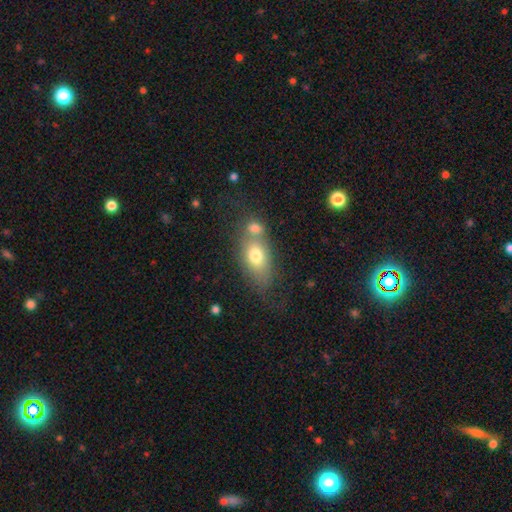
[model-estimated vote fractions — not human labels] This is likely a smooth galaxy (73%). How rounded: clearly in between (81%). Merging: marginally merger (43%).